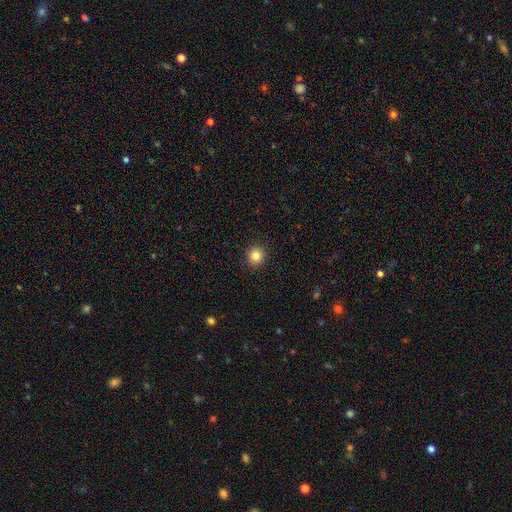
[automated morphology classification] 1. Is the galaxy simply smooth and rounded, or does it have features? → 85% smooth, 11% star or artifact, 5% featured or disk.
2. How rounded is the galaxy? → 88% round, 11% in between, 1% cigar-shaped.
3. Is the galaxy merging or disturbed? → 92% none, 5% minor disturbance, 2% major disturbance, 1% merger.